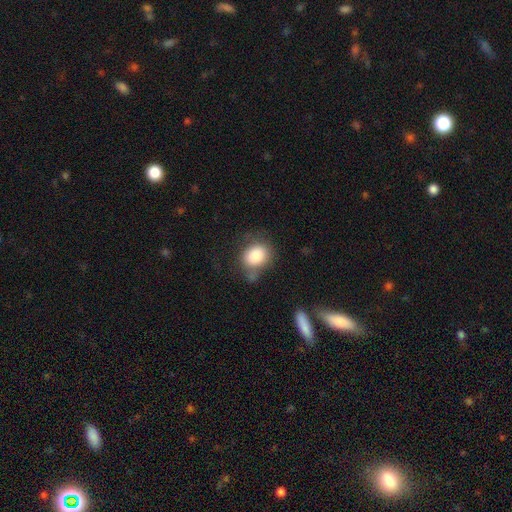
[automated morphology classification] type=smooth (83%); roundness=round (54%); merging=none (59%).